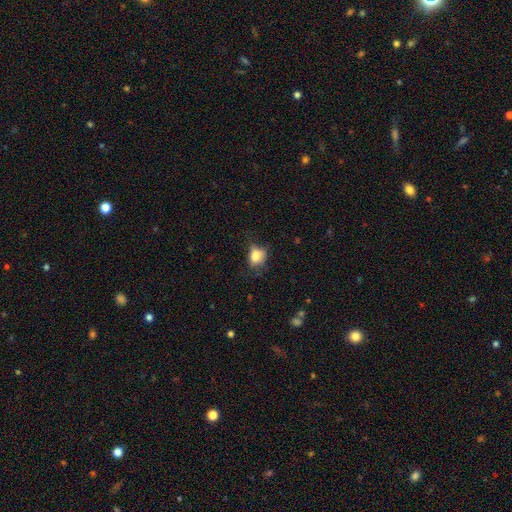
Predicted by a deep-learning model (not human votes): smooth_or_featured: smooth (p=0.79) [alt: featured or disk p=0.11]
how_rounded: in between (p=0.60) [alt: round p=0.38]
merging: none (p=0.51) [alt: minor disturbance p=0.32]